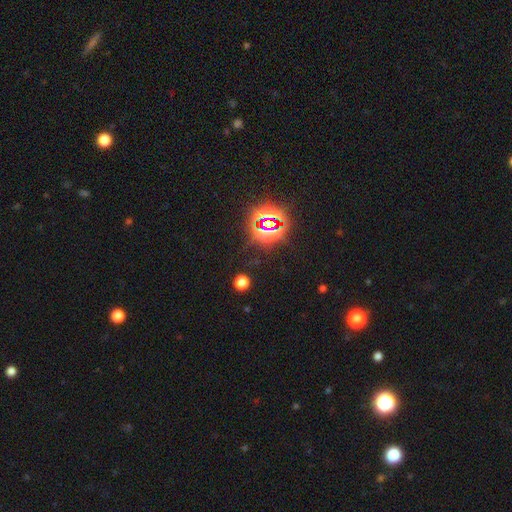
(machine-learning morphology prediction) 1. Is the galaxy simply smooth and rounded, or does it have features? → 79% star or artifact, 15% smooth, 6% featured or disk.